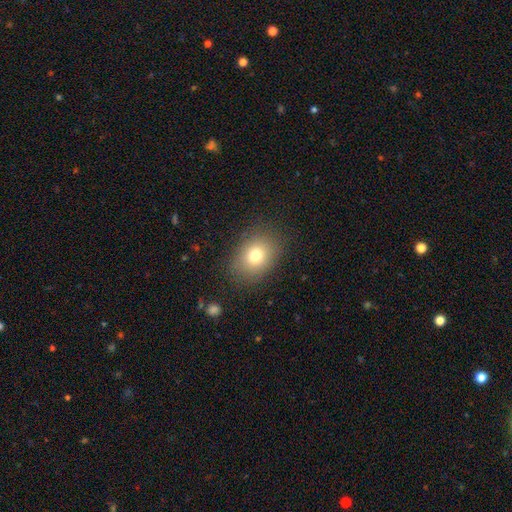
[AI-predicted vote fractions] Smooth or featured? smooth (76%)
How rounded? in between (57%)
Merging? none (84%)